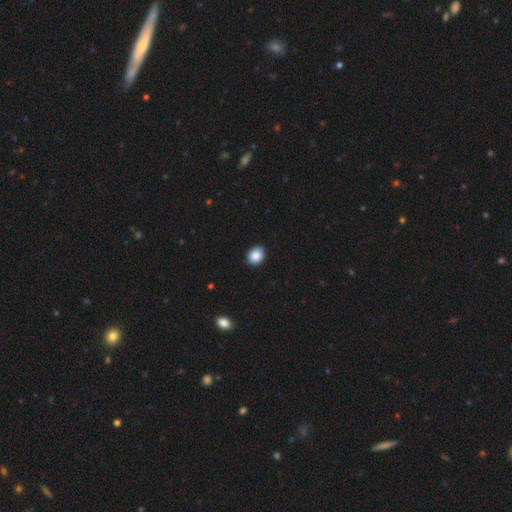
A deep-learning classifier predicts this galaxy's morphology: A smooth galaxy with no disk features (88%) that is round (59%).

Vote fractions:
- Smooth or featured? smooth: 88% / star or artifact: 9% / featured or disk: 4%
- How rounded? round: 59% / in between: 40% / cigar-shaped: 1%
- Merging? none: 90% / minor disturbance: 8% / major disturbance: 2% / merger: 1%